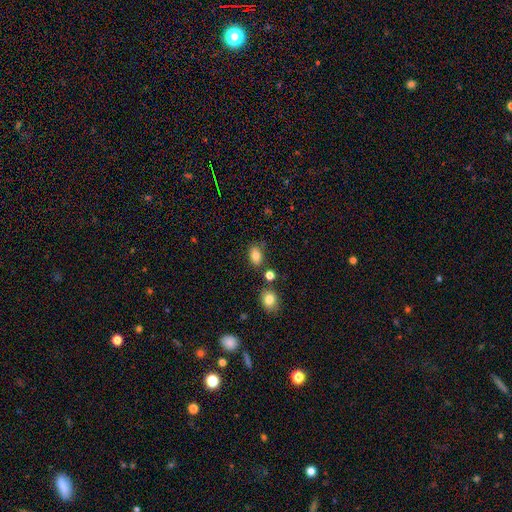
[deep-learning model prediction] Smooth or featured? smooth (82%)
How rounded? in between (80%)
Merging? none (72%)